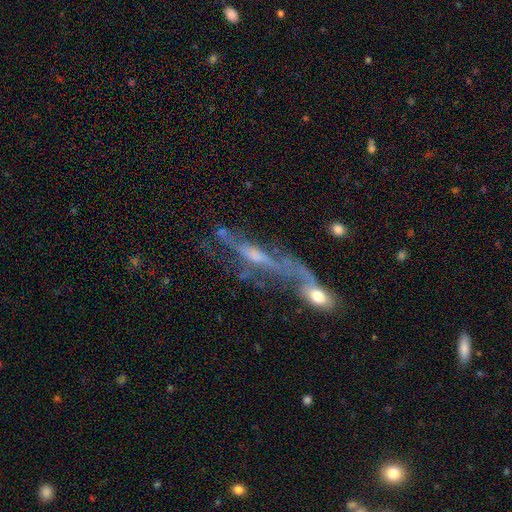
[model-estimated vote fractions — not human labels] Smooth or featured?
  - featured or disk: 70% *
  - smooth: 19%
  - star or artifact: 11%
Edge-on disk?
  - no: 55% *
  - yes: 45%
Merging?
  - merger: 39% *
  - none: 25%
  - major disturbance: 23%
  - minor disturbance: 13%